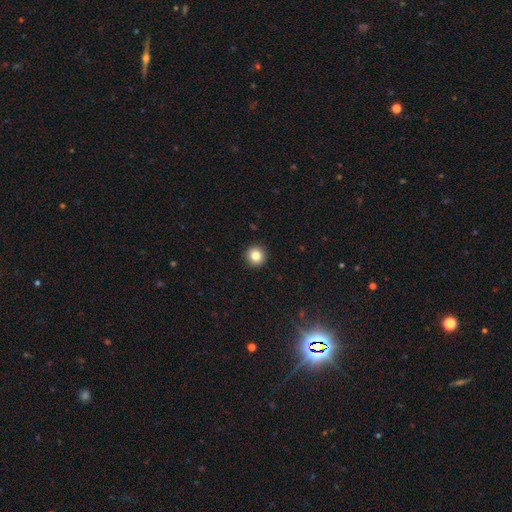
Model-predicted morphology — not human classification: The model was most divided on "smooth or featured": smooth: 84%, star or artifact: 10%, featured or disk: 5%. More confident: how rounded — round (95%); merging — none (93%).